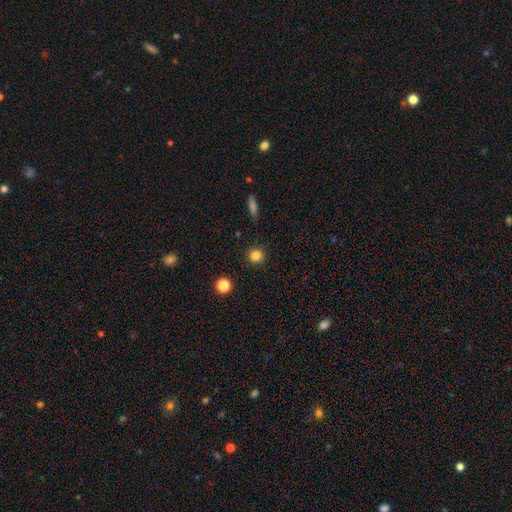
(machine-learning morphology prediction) Smooth or featured? Predicted: smooth (p=0.83). How rounded? Predicted: round (p=0.93). Merging? Predicted: none (p=0.91).